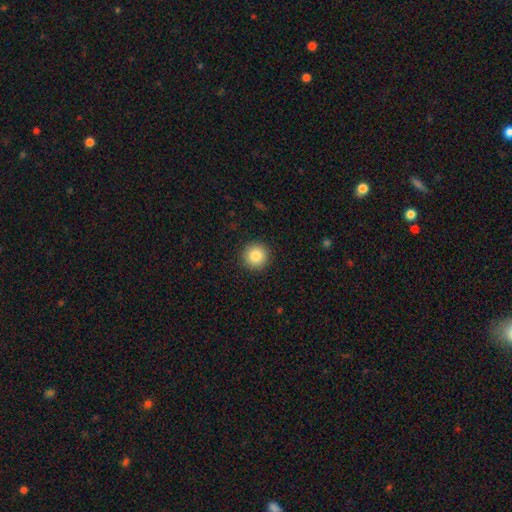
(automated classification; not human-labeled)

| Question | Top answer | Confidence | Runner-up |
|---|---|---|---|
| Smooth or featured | smooth | 85% | star or artifact (9%) |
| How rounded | round | 95% | in between (4%) |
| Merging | none | 92% | minor disturbance (5%) |